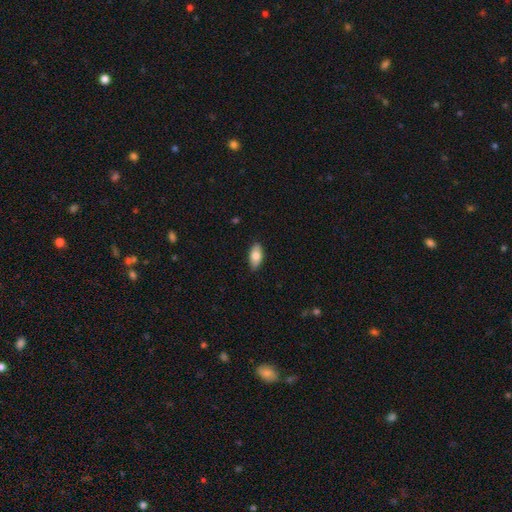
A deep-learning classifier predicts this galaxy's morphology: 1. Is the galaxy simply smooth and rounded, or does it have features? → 78% smooth, 15% featured or disk, 6% star or artifact.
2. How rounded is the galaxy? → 92% in between, 5% cigar-shaped, 3% round.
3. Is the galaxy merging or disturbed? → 86% none, 11% minor disturbance, 2% major disturbance, 1% merger.